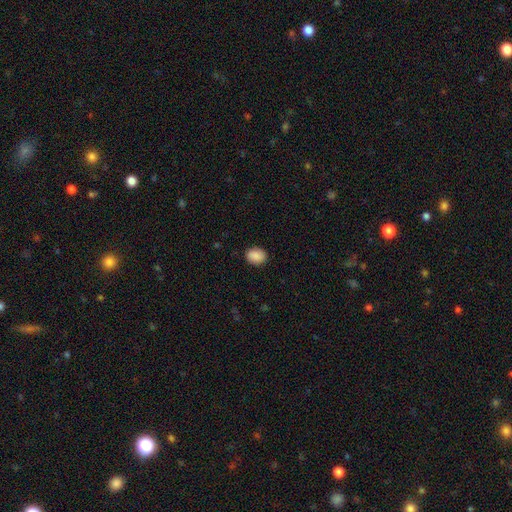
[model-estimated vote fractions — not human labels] A smooth galaxy with no disk features (89%) that is in between round and cigar-shaped (62%).

Vote fractions:
- Smooth or featured? smooth: 89% / star or artifact: 7% / featured or disk: 4%
- How rounded? in between: 62% / round: 37% / cigar-shaped: 1%
- Merging? none: 88% / minor disturbance: 9% / major disturbance: 2% / merger: 1%